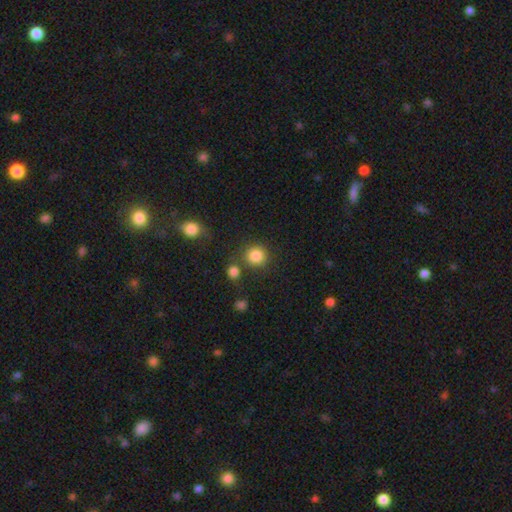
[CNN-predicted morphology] The model was most divided on "merging": none: 77%, merger: 10%, minor disturbance: 9%, major disturbance: 4%. More confident: how rounded — round (90%); smooth or featured — smooth (85%).